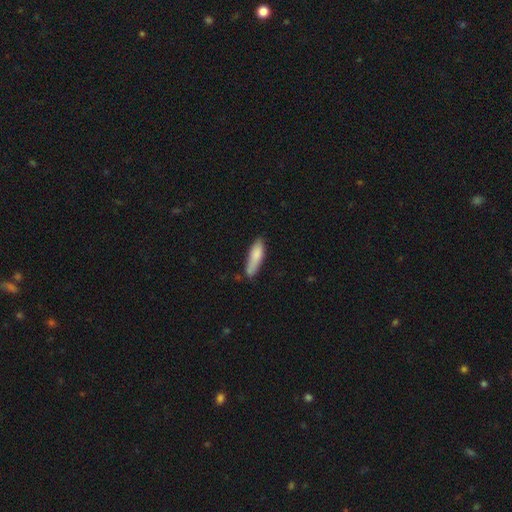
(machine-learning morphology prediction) A smooth galaxy with no disk features (82%) that is cigar-shaped (61%). Merging: none (58%).